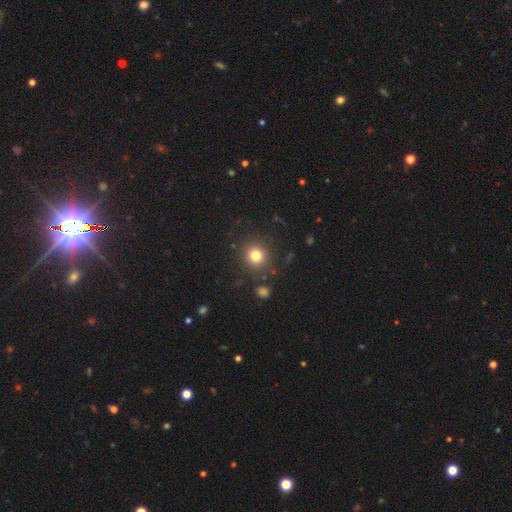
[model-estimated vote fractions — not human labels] The model was most divided on "smooth or featured": smooth: 80%, star or artifact: 13%, featured or disk: 7%. More confident: how rounded — round (91%); merging — none (86%).